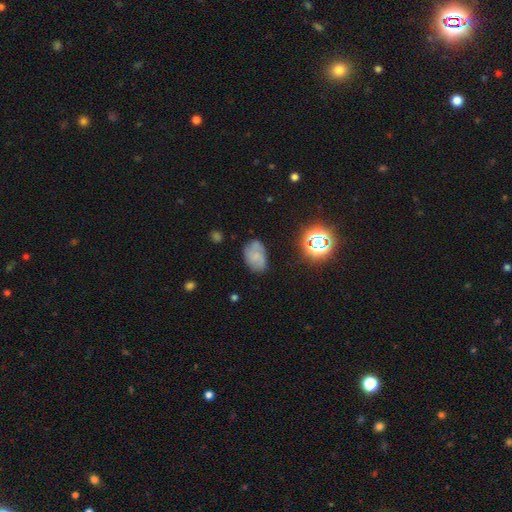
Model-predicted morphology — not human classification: Smooth or featured? smooth (50%)
Merging? none (64%)